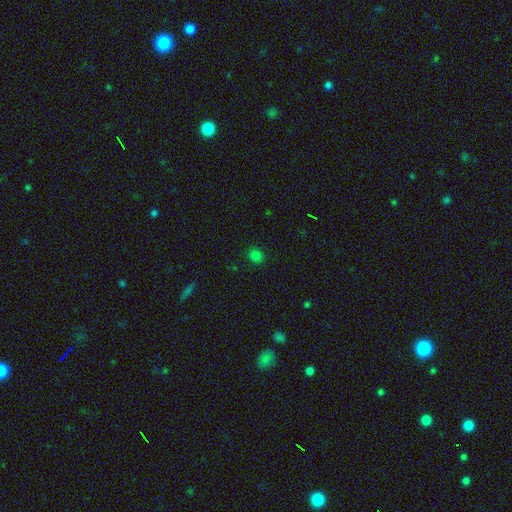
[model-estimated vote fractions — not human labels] Smooth or featured: smooth — 79% (star or artifact — 17%)
How rounded: round — 76% (in between — 23%)
Merging: none — 89% (minor disturbance — 8%)